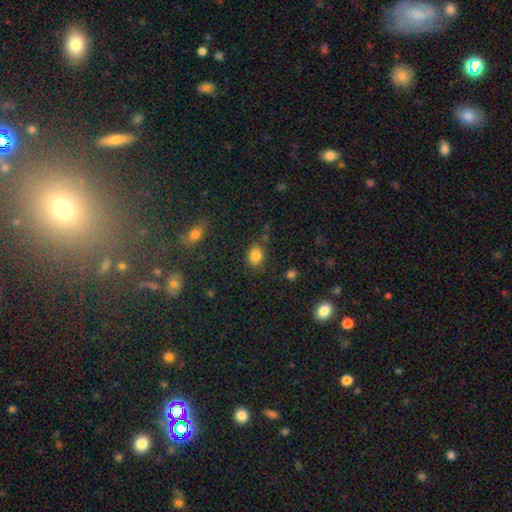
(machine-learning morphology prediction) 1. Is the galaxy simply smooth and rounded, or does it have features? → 83% smooth, 12% star or artifact, 5% featured or disk.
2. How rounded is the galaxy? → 56% in between, 43% round, 1% cigar-shaped.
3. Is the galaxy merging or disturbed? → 76% none, 16% minor disturbance, 4% major disturbance, 4% merger.